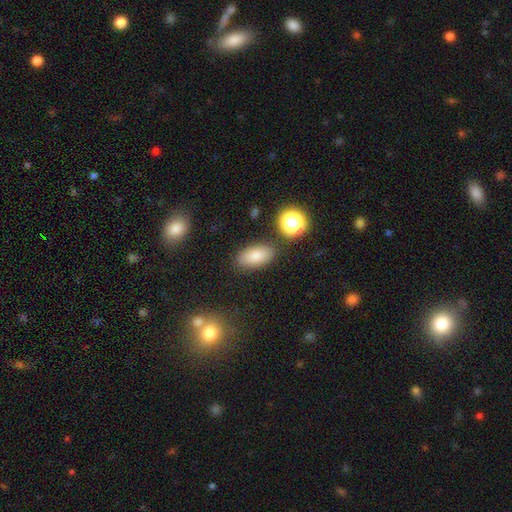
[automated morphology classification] smooth_or_featured: smooth (p=0.82) [alt: star or artifact p=0.10]
how_rounded: in between (p=0.90) [alt: round p=0.06]
merging: none (p=0.82) [alt: minor disturbance p=0.11]